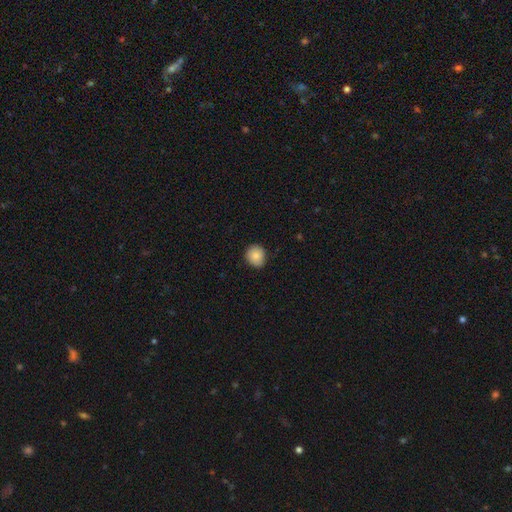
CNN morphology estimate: A smooth galaxy with no disk features (85%) that is round (78%).

Vote fractions:
- Smooth or featured? smooth: 85% / star or artifact: 8% / featured or disk: 7%
- How rounded? round: 78% / in between: 21% / cigar-shaped: 1%
- Merging? none: 81% / minor disturbance: 15% / major disturbance: 2% / merger: 1%